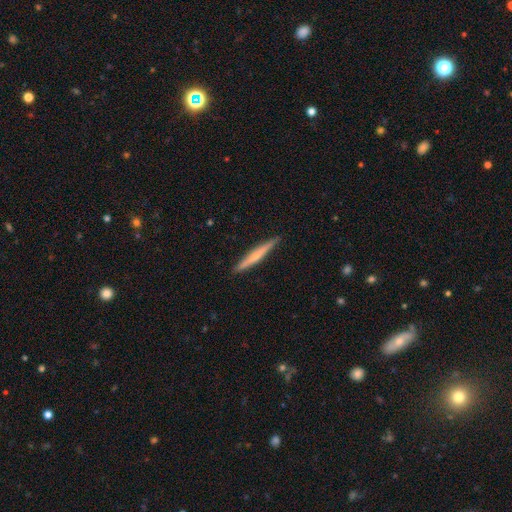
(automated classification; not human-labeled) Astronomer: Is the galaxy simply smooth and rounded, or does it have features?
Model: smooth — 49% (runner-up: featured or disk, 45%).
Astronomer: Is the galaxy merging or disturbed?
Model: none — 90%.